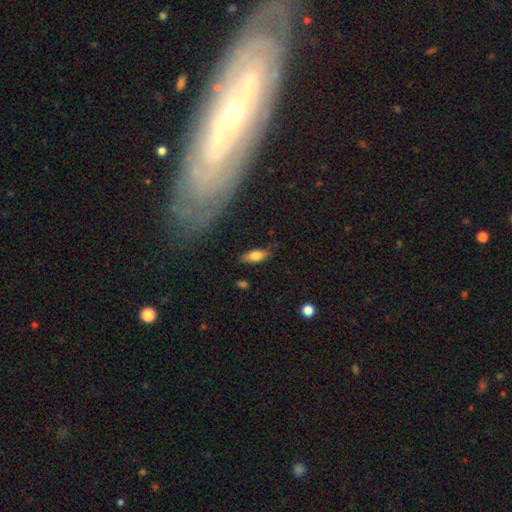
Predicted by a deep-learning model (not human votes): Overall: smooth (76%). How rounded: in between (82%). Merging: none (76%).